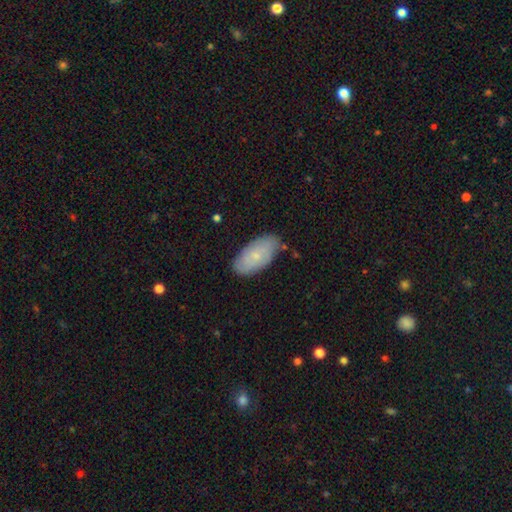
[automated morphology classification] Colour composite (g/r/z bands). It shows a smooth galaxy with no disk features (64%) that is in between round and cigar-shaped (94%). Merging: none (78%).